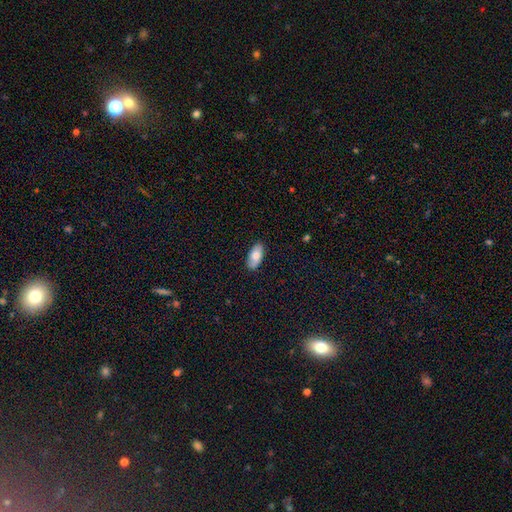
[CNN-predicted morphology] This is likely a smooth galaxy (77%). How rounded: clearly in between (92%). Merging: clearly none (85%).